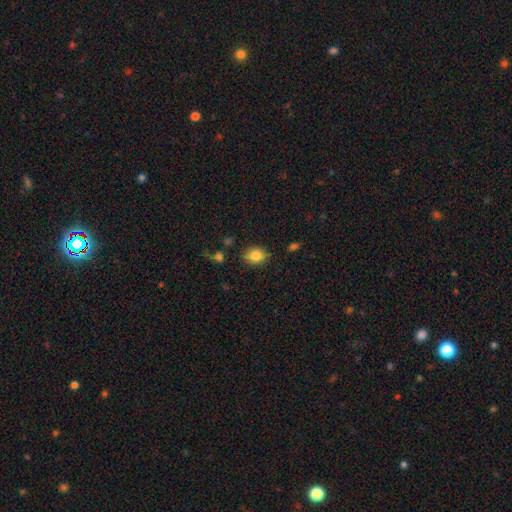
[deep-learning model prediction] smooth_or_featured: smooth (p=0.84) [alt: star or artifact p=0.09]
how_rounded: in between (p=0.51) [alt: round p=0.48]
merging: none (p=0.83) [alt: minor disturbance p=0.13]